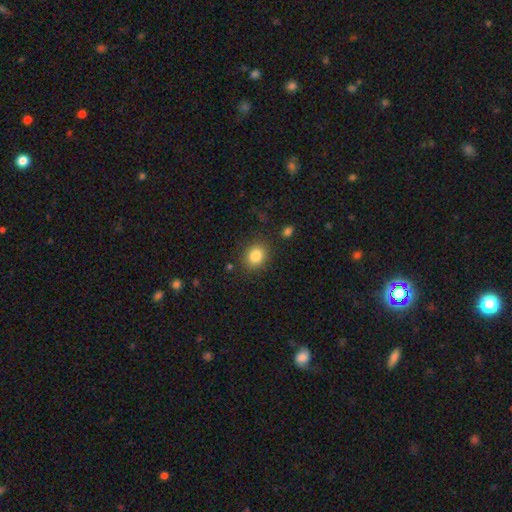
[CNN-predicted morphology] smooth_or_featured: smooth (p=0.84) [alt: star or artifact p=0.10]
how_rounded: round (p=0.59) [alt: in between p=0.40]
merging: none (p=0.85) [alt: minor disturbance p=0.10]